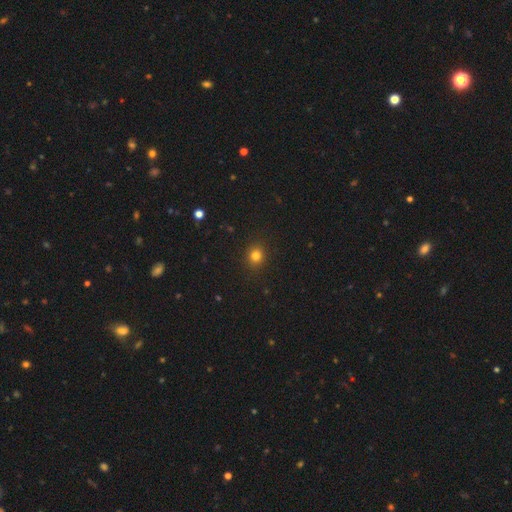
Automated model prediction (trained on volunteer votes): smooth 81%, star or artifact 14%, featured or disk 5%. Down the decision tree: how rounded — round (84%); merging — none (90%).